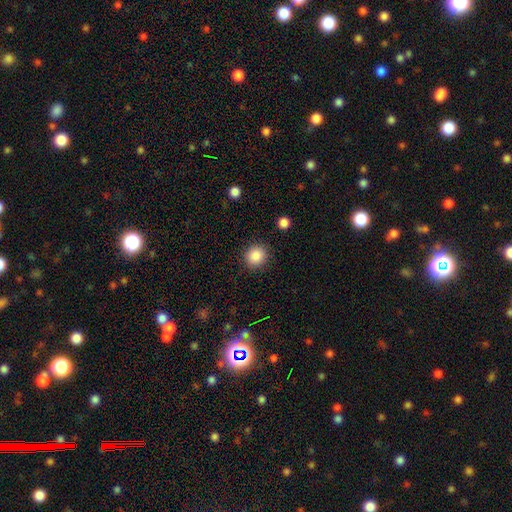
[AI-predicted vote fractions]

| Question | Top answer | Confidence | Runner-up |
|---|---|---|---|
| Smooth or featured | smooth | 87% | star or artifact (9%) |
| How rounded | round | 88% | in between (11%) |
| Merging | none | 90% | minor disturbance (7%) |